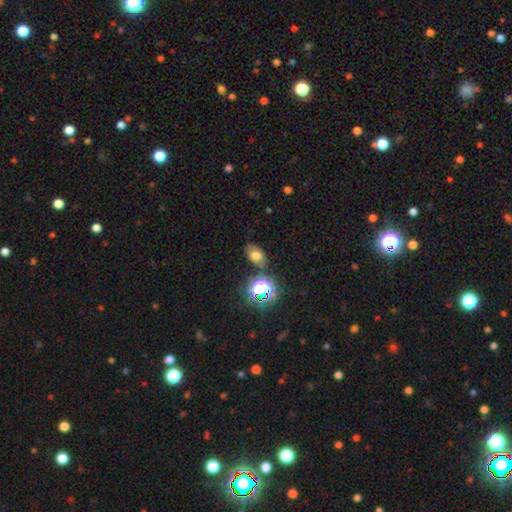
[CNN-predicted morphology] Smooth or featured? smooth (61%)
How rounded? in between (80%)
Merging? none (73%)